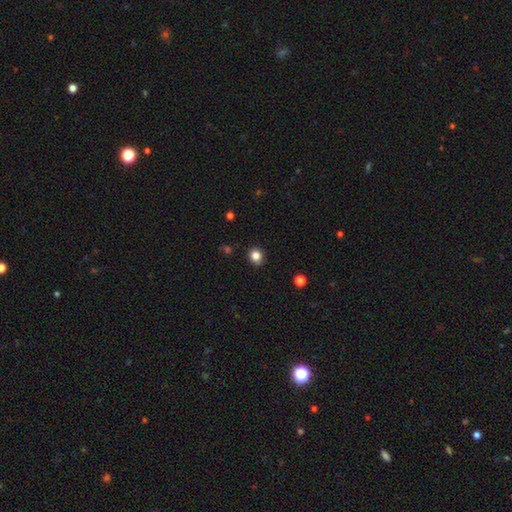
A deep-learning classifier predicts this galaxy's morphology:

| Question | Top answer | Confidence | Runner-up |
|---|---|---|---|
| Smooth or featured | smooth | 84% | star or artifact (12%) |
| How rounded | round | 80% | in between (19%) |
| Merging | none | 86% | minor disturbance (10%) |